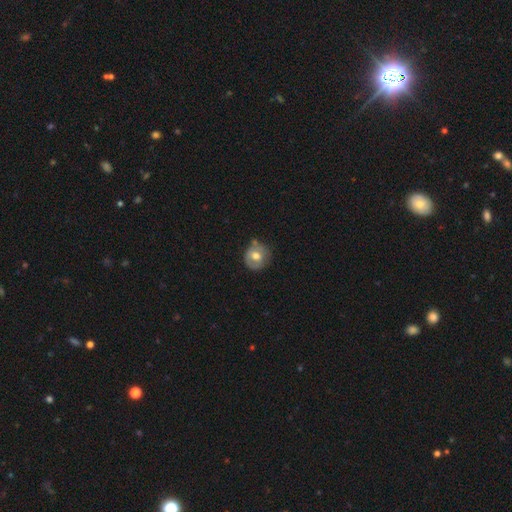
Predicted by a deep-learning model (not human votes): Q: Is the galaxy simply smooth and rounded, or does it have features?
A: smooth — 62%.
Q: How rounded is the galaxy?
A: round — 86%.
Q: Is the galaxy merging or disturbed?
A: none — 66%.